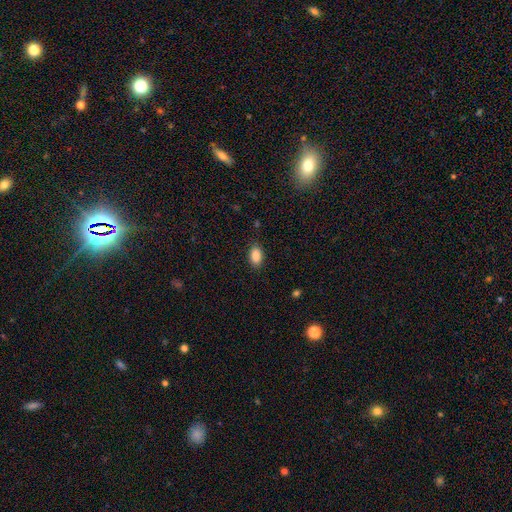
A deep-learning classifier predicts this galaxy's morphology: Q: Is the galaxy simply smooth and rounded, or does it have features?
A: smooth — 87%.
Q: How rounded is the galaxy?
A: in between — 91%.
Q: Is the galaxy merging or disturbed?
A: none — 87%.